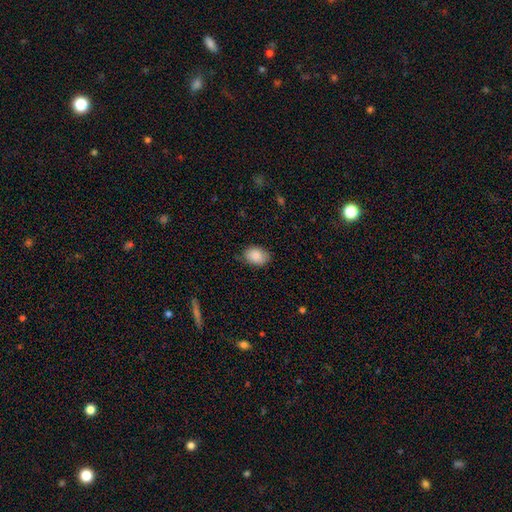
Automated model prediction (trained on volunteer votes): smooth_or_featured: smooth (p=0.89) [alt: star or artifact p=0.07]
how_rounded: in between (p=0.73) [alt: round p=0.25]
merging: none (p=0.75) [alt: minor disturbance p=0.20]